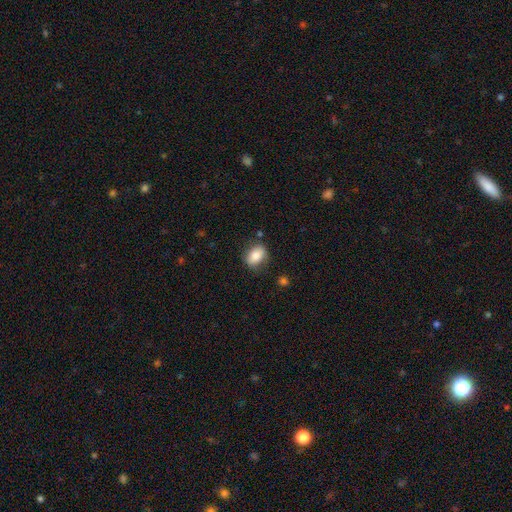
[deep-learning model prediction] smooth_or_featured: smooth (p=0.80) [alt: featured or disk p=0.13]
how_rounded: in between (p=0.73) [alt: round p=0.25]
merging: none (p=0.78) [alt: minor disturbance p=0.16]